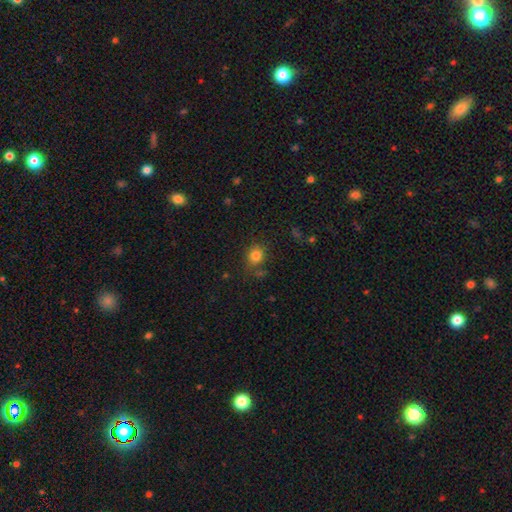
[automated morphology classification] Smooth or featured: smooth — 81% (star or artifact — 12%)
How rounded: round — 75% (in between — 24%)
Merging: none — 76% (minor disturbance — 14%)